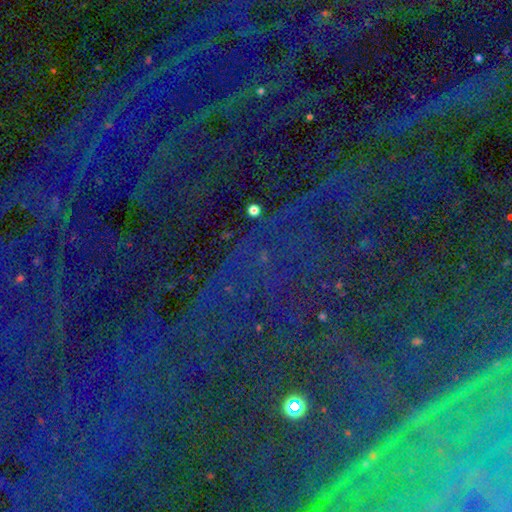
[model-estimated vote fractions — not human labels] smooth_or_featured: star or artifact (p=0.83) [alt: smooth p=0.10]